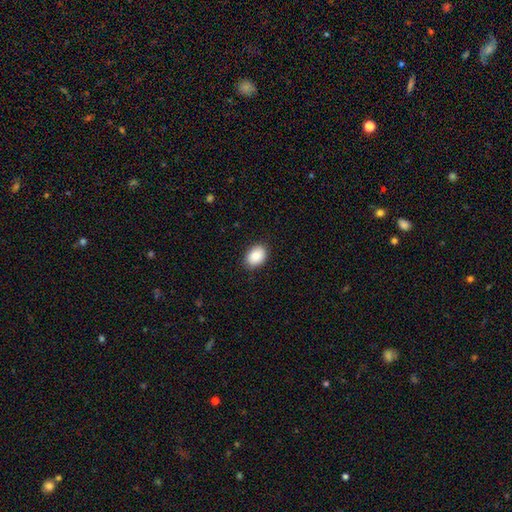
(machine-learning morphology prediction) Overall: smooth (86%). How rounded: in between (74%). Merging: none (88%).